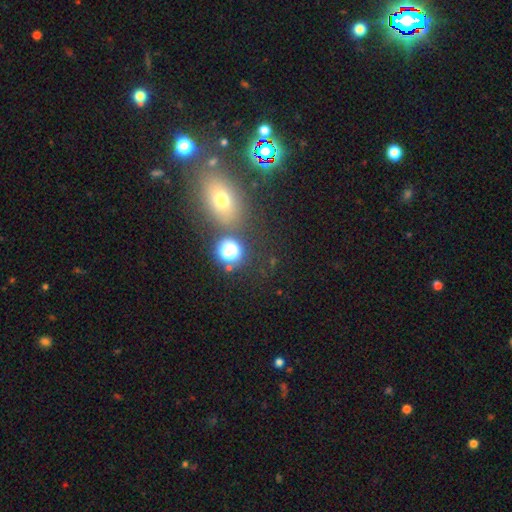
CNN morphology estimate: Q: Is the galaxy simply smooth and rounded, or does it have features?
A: smooth — 47%.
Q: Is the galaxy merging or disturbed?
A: none — 68%.